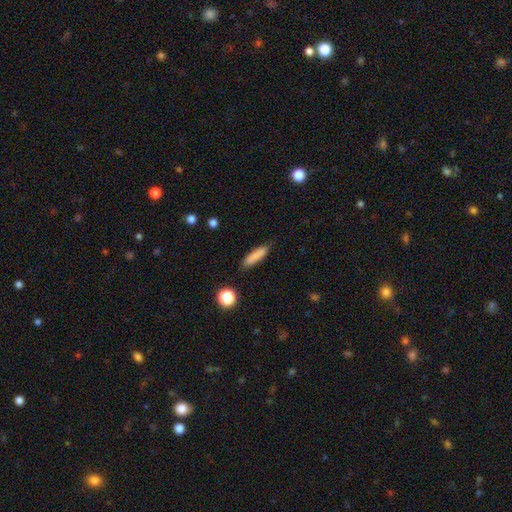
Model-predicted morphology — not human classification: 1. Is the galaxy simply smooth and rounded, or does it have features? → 84% smooth, 8% star or artifact, 8% featured or disk.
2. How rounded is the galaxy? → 73% cigar-shaped, 25% in between, 2% round.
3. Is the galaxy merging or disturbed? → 83% none, 12% minor disturbance, 3% major disturbance, 2% merger.